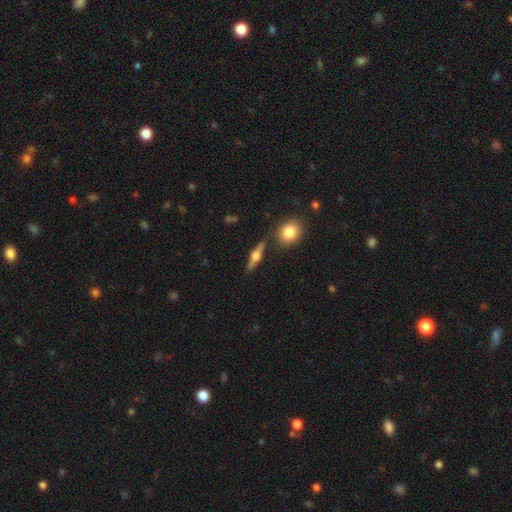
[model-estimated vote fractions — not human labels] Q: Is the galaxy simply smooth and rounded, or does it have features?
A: featured or disk — 63%.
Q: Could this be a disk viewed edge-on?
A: yes — 95%.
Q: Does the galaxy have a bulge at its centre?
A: rounded — 93%.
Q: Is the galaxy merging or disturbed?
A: none — 82%.